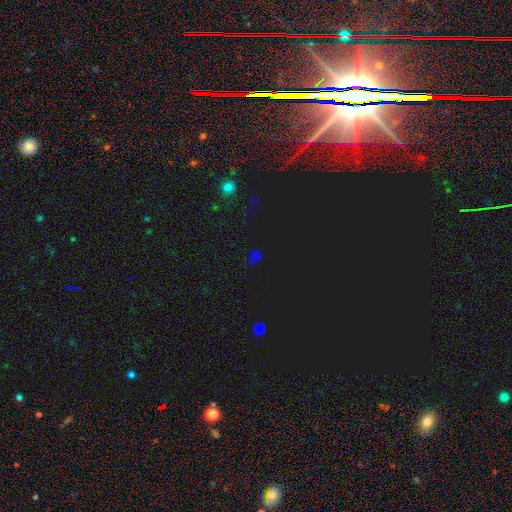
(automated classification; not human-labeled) Morphology: type=star or artifact (60%).